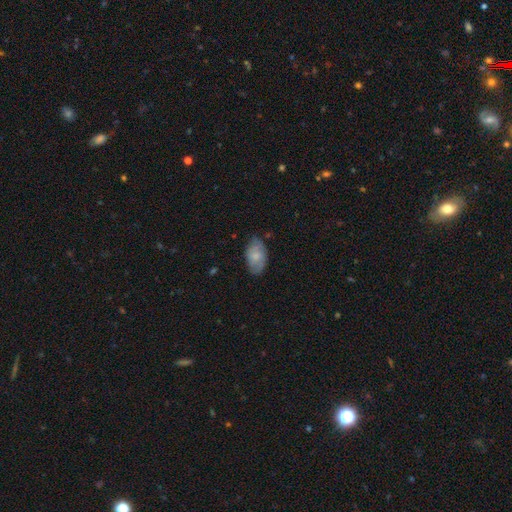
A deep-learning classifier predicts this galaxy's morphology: Overall: smooth (66%; featured or disk 27%). How rounded: in between (93%). Merging: none (66%; minor disturbance 27%).